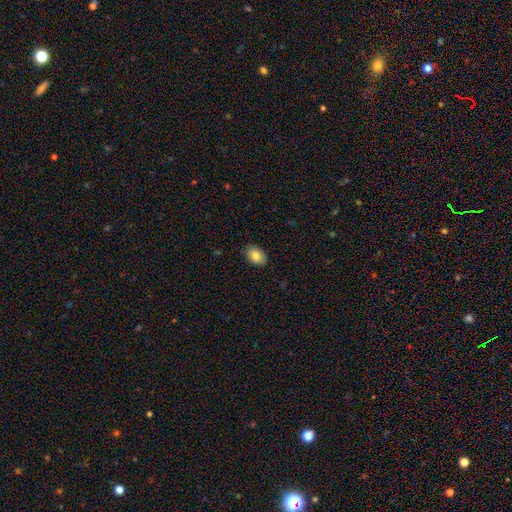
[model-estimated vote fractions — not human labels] The model was most divided on "how rounded": in between: 86%, round: 13%, cigar-shaped: 1%. More confident: merging — none (87%); smooth or featured — smooth (83%).